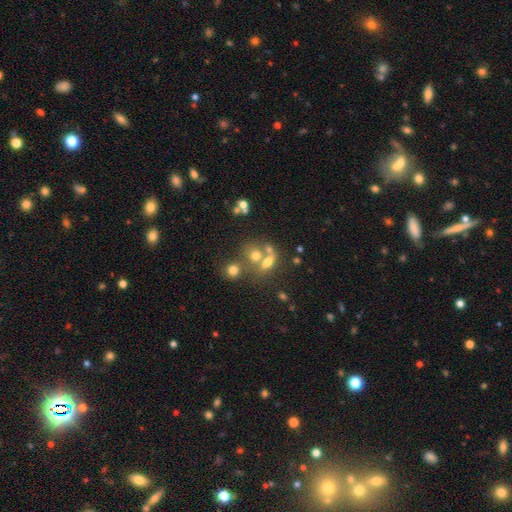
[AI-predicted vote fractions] This appears to be a smooth galaxy with no disk features (60%) that is round (54%). Merging: merger (43%).